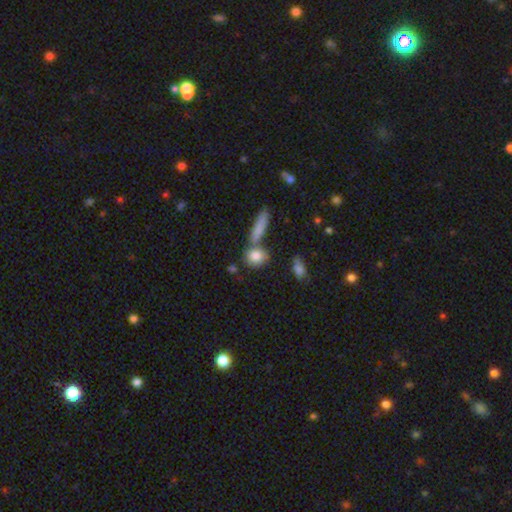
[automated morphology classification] Q: Smooth or featured?
A: smooth (82%); runner-up: featured or disk (10%)
Q: How rounded?
A: round (57%); runner-up: in between (33%)
Q: Merging?
A: none (60%); runner-up: merger (24%)